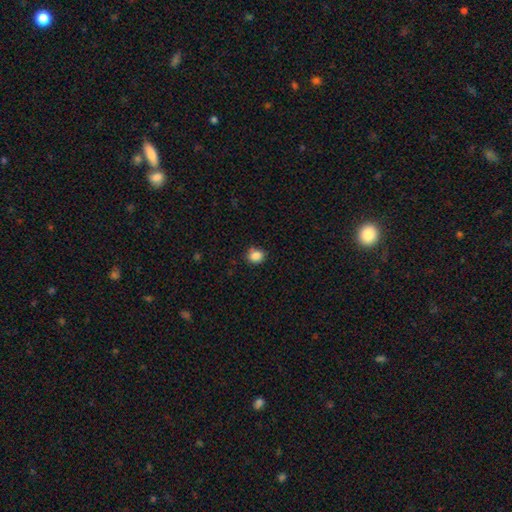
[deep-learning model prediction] smooth_or_featured: smooth (p=0.85) [alt: star or artifact p=0.11]
how_rounded: round (p=0.72) [alt: in between p=0.27]
merging: none (p=0.76) [alt: minor disturbance p=0.17]